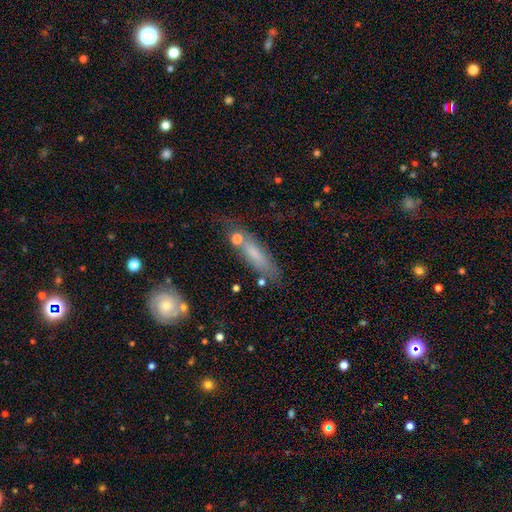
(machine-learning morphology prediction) Smooth or featured: smooth — 63% (featured or disk — 28%)
How rounded: cigar-shaped — 68% (in between — 30%)
Merging: none — 65% (minor disturbance — 19%)